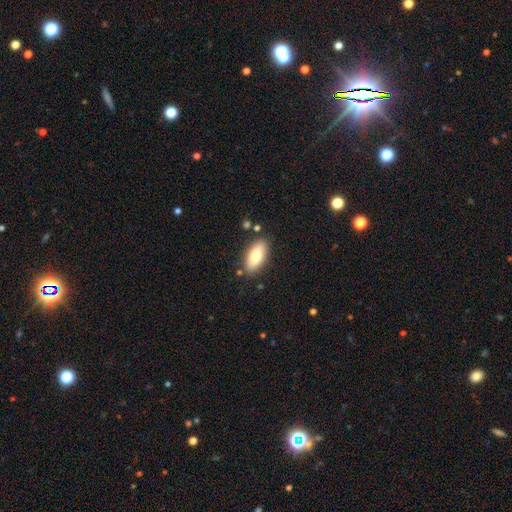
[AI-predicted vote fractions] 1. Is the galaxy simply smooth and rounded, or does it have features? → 74% smooth, 20% featured or disk, 7% star or artifact.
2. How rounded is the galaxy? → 89% in between, 9% cigar-shaped, 3% round.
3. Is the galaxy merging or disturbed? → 84% none, 11% minor disturbance, 3% merger, 2% major disturbance.